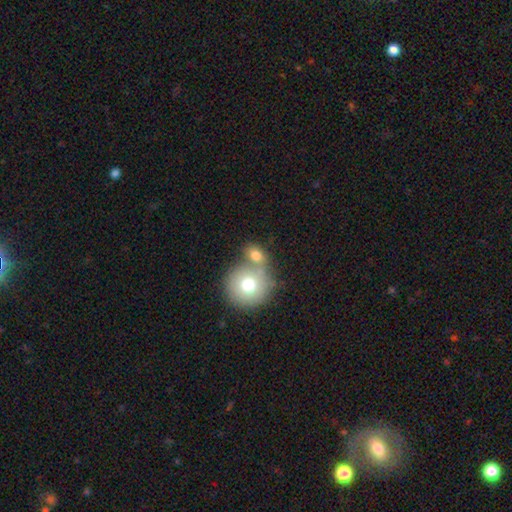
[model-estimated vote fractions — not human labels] Q: Smooth or featured?
A: smooth (76%); runner-up: featured or disk (14%)
Q: How rounded?
A: round (64%); runner-up: in between (35%)
Q: Merging?
A: merger (46%); runner-up: none (40%)